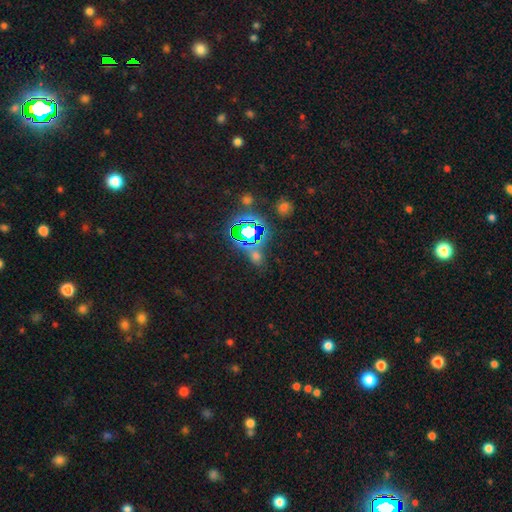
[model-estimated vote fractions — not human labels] smooth_or_featured: star or artifact (p=0.53) [alt: smooth p=0.39]